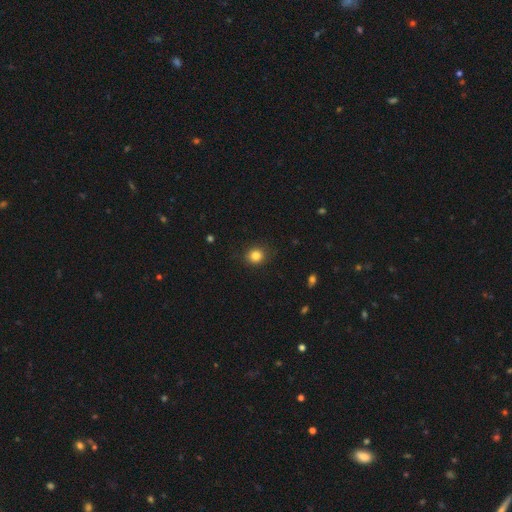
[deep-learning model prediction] This is clearly a smooth galaxy (83%). How rounded: clearly round (82%). Merging: clearly none (88%).